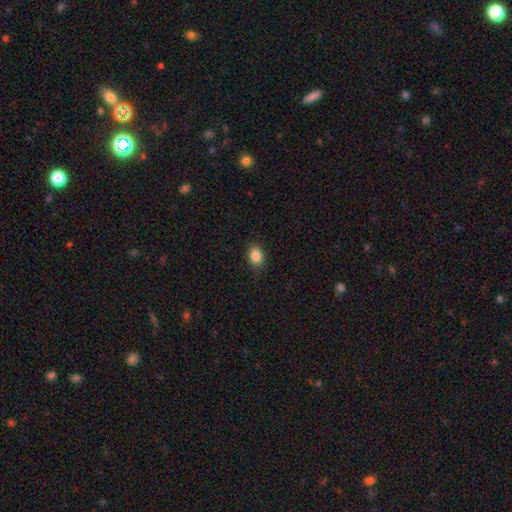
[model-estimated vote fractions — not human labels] The model was most divided on "how rounded": in between: 54%, round: 45%, cigar-shaped: 1%. More confident: smooth or featured — smooth (86%); merging — none (86%).